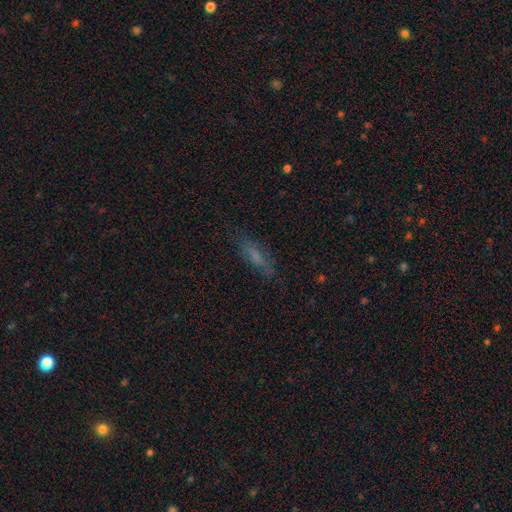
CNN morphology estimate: Q: Smooth or featured?
A: smooth (56%); runner-up: featured or disk (29%)
Q: How rounded?
A: cigar-shaped (51%); runner-up: in between (46%)
Q: Merging?
A: none (75%); runner-up: minor disturbance (17%)